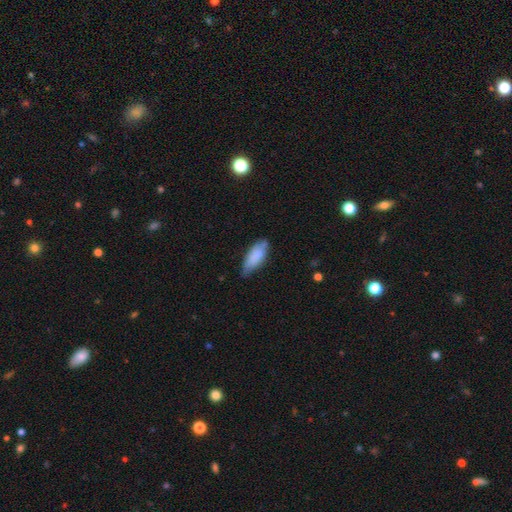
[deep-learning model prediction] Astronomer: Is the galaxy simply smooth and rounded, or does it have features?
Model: smooth — 79%.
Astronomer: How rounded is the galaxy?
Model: in between — 75%.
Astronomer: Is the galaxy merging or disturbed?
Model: none — 57% (runner-up: minor disturbance, 34%).